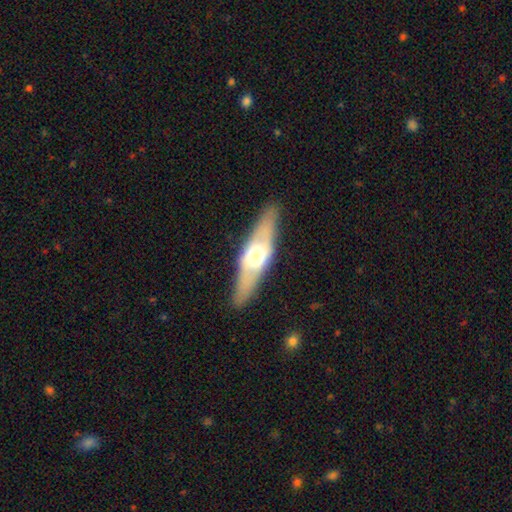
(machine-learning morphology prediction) Smooth or featured? featured or disk (55%)
Edge-on disk? yes (69%)
Merging? none (86%)